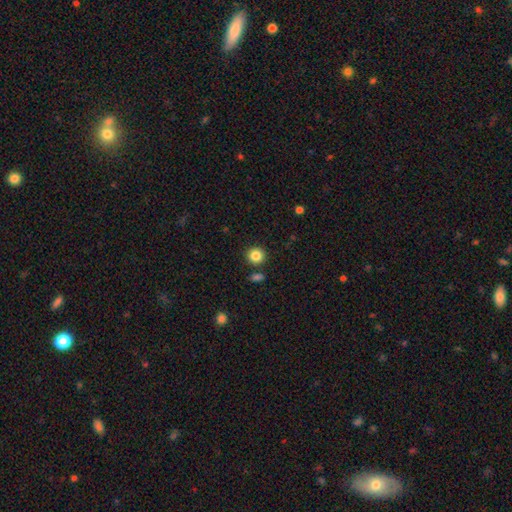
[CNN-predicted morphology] Smooth or featured? smooth (85%)
How rounded? round (91%)
Merging? none (86%)